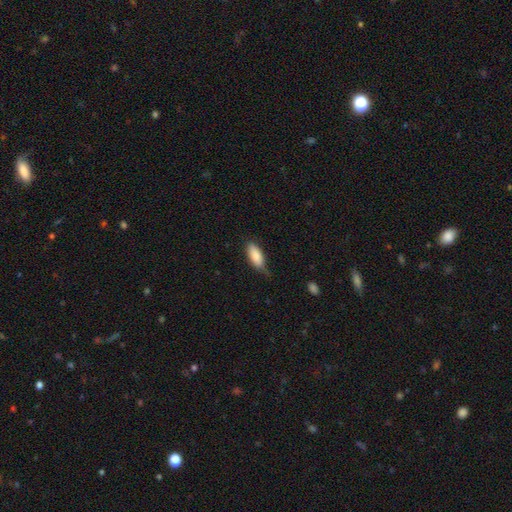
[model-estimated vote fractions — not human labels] Smooth or featured: smooth — 83% (featured or disk — 11%)
How rounded: in between — 83% (cigar-shaped — 15%)
Merging: none — 57% (minor disturbance — 34%)